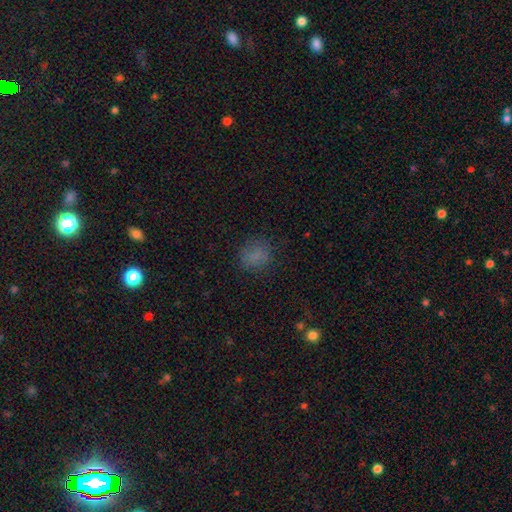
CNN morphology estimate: This is likely a smooth galaxy (75%). How rounded: likely round (70%). Merging: likely none (78%).